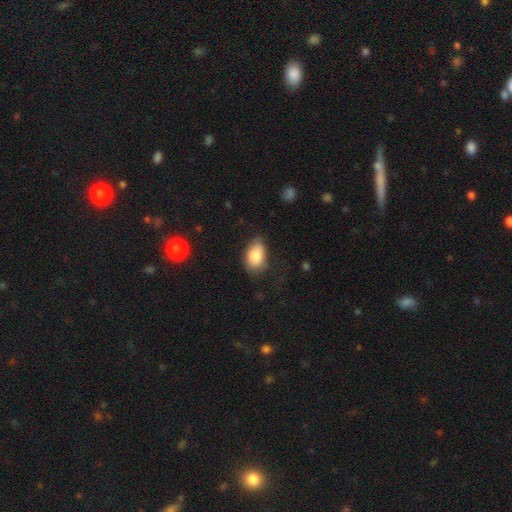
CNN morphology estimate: Smooth or featured? Predicted: smooth (p=0.84). How rounded? Predicted: in between (p=0.89). Merging? Predicted: none (p=0.61).